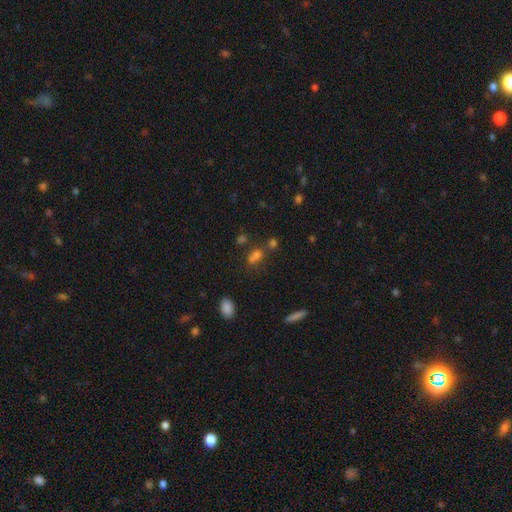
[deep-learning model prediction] Smooth or featured? Predicted: smooth (p=0.61). How rounded? Predicted: round (p=0.56). Merging? Predicted: none (p=0.43).